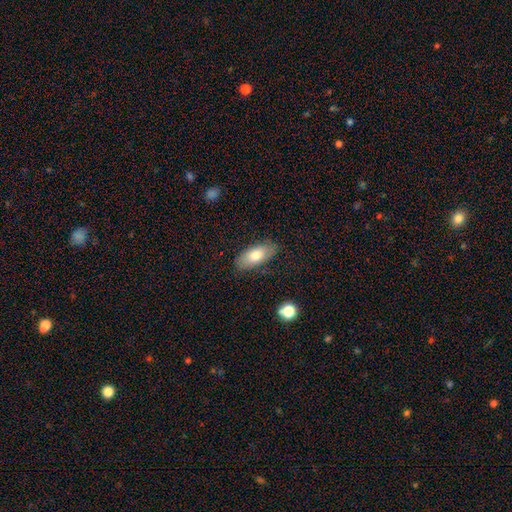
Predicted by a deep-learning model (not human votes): Morphology: type=smooth (75%); roundness=in between (87%); merging=none (84%).